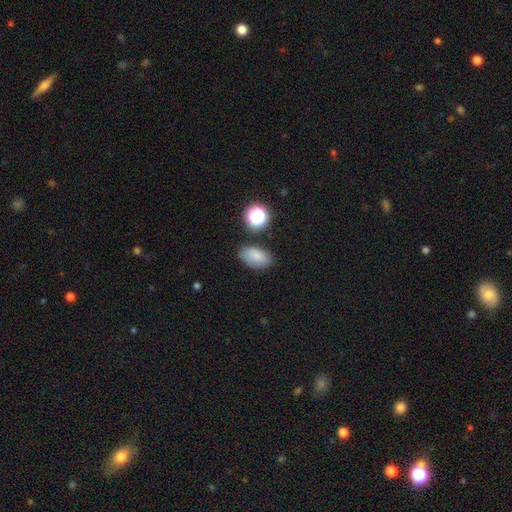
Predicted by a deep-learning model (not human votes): A smooth galaxy with no disk features (79%) that is in between round and cigar-shaped (90%). Merging: none (77%).